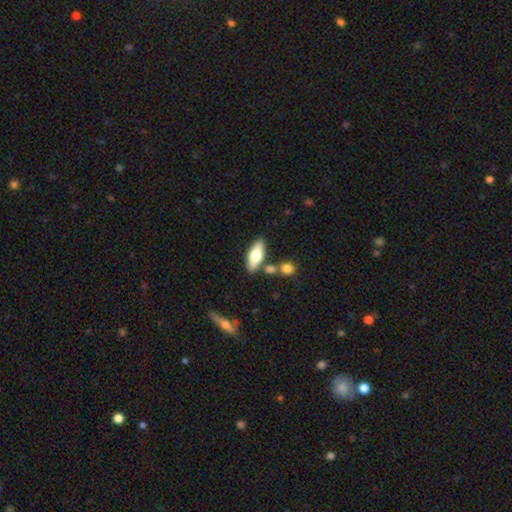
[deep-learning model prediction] smooth 63%, featured or disk 30%, star or artifact 6%. Down the decision tree: how rounded — in between (77%); merging — none (74%).